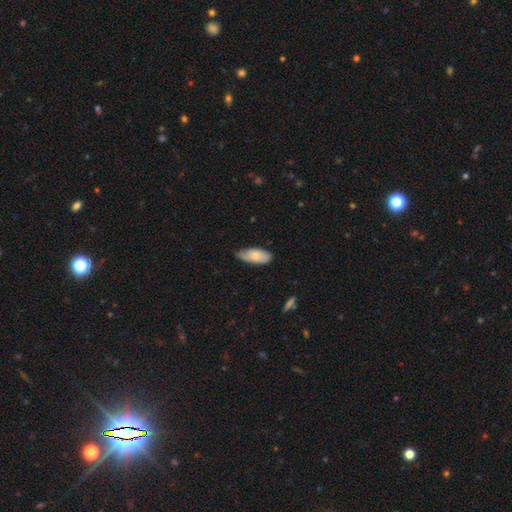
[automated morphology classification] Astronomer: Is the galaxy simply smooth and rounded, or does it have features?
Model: smooth — 76%.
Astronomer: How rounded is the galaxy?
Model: in between — 89%.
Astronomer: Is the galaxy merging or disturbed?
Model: none — 62%.